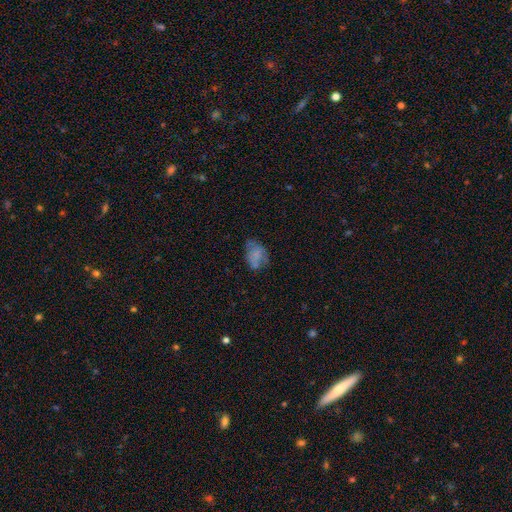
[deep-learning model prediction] smooth_or_featured: smooth (p=0.65) [alt: featured or disk p=0.25]
how_rounded: in between (p=0.69) [alt: round p=0.29]
merging: none (p=0.45) [alt: minor disturbance p=0.30]